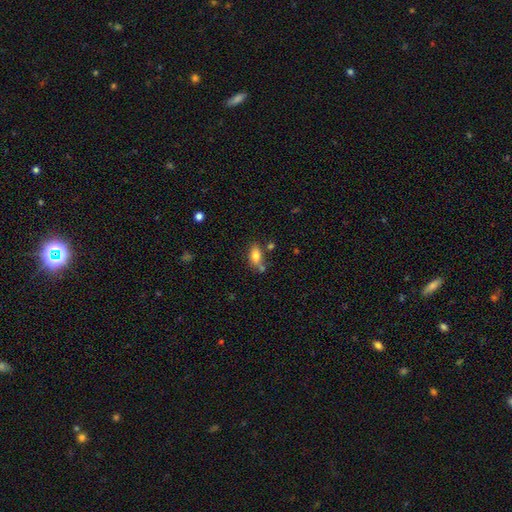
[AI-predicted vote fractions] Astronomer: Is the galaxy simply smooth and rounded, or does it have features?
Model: smooth — 80%.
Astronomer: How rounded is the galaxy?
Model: in between — 88%.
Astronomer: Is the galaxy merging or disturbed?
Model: none — 59%.